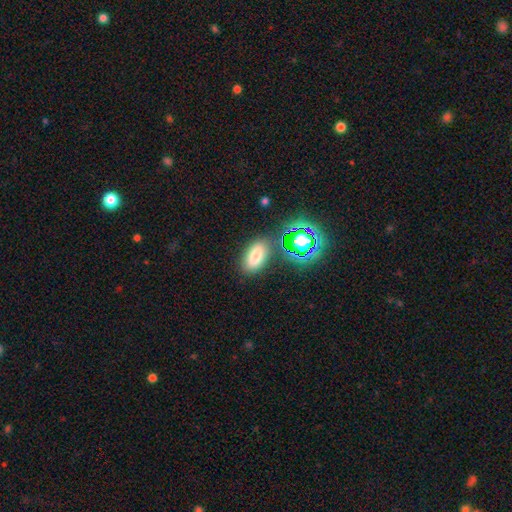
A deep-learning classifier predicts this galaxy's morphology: This is likely a smooth galaxy (73%). How rounded: clearly in between (87%). Merging: clearly none (82%).